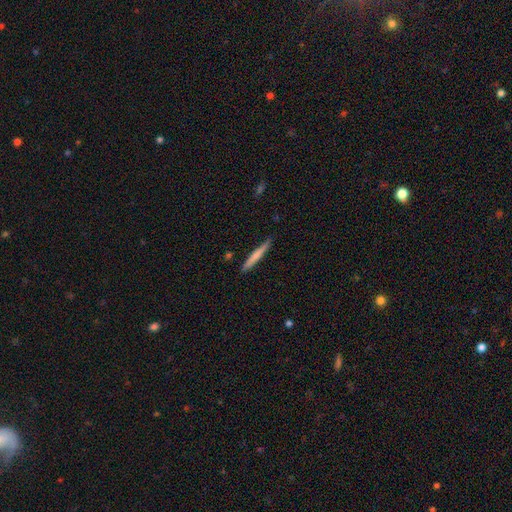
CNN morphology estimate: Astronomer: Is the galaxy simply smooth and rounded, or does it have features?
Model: smooth — 65%.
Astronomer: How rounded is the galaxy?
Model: cigar-shaped — 96%.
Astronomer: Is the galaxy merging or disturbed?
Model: none — 88%.